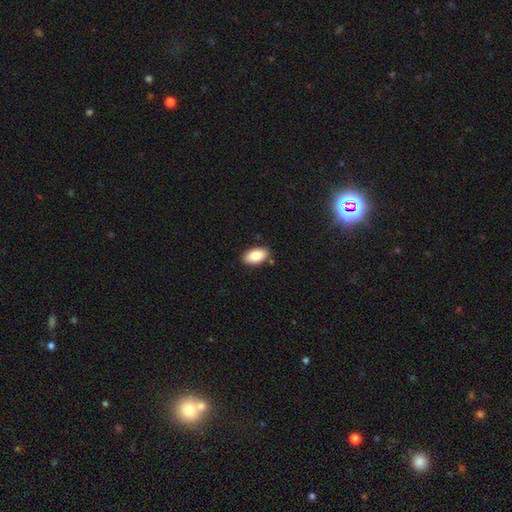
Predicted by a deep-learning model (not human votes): smooth_or_featured: smooth (p=0.85) [alt: featured or disk p=0.08]
how_rounded: in between (p=0.94) [alt: round p=0.04]
merging: none (p=0.86) [alt: minor disturbance p=0.10]